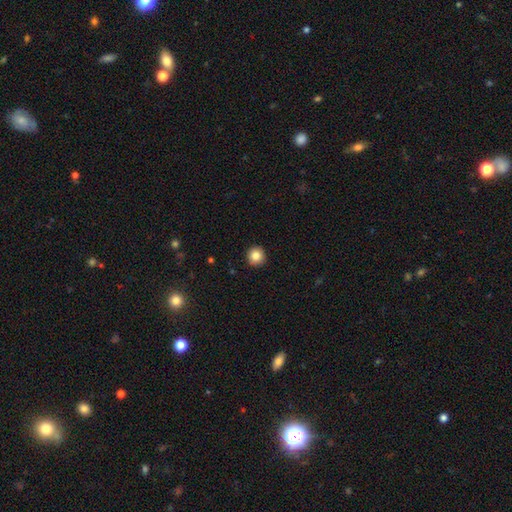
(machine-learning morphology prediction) Q: Smooth or featured?
A: smooth (84%); runner-up: star or artifact (10%)
Q: How rounded?
A: round (95%); runner-up: in between (4%)
Q: Merging?
A: none (93%); runner-up: minor disturbance (5%)